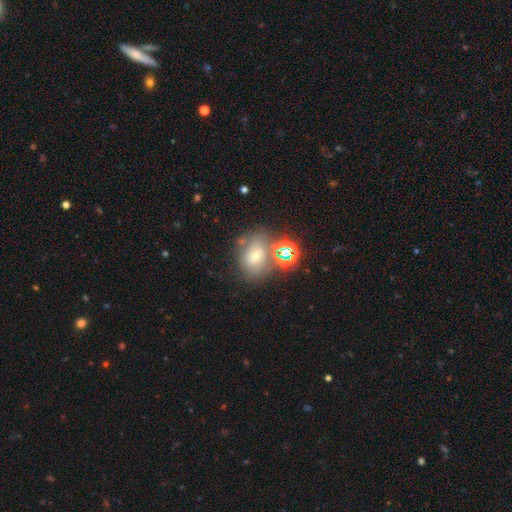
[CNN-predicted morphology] Smooth or featured: smooth — 43% (featured or disk — 28%)
Merging: none — 57% (merger — 19%)